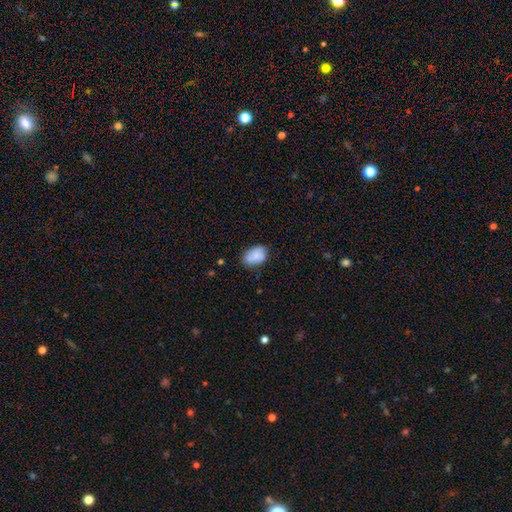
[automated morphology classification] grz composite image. It shows a smooth galaxy with no disk features (83%) that is in between round and cigar-shaped (86%). Merging: none (67%).